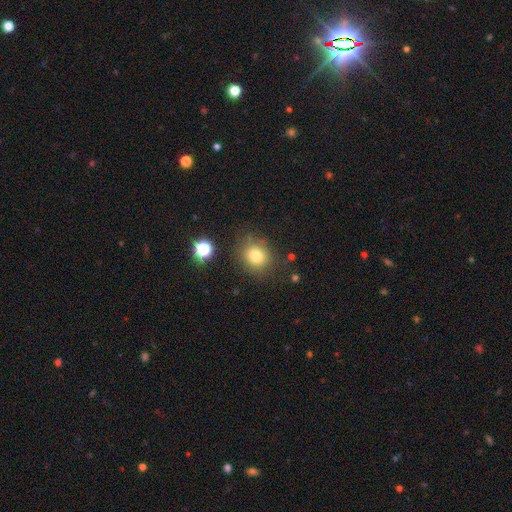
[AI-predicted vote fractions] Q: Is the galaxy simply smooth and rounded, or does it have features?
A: smooth — 77%.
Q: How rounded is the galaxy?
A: round — 79%.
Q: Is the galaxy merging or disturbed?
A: none — 79%.